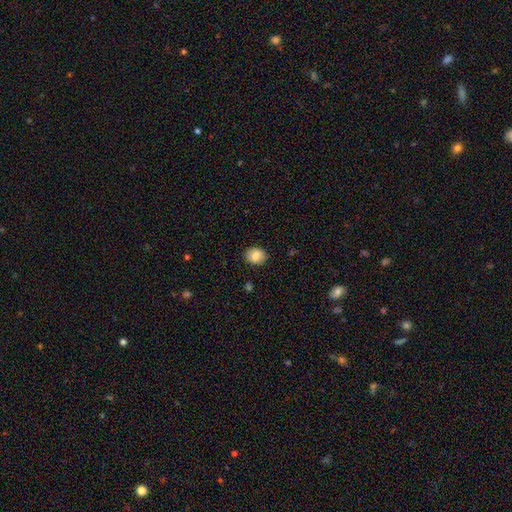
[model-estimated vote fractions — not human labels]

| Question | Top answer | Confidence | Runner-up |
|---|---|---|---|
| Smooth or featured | smooth | 83% | featured or disk (8%) |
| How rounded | round | 50% | in between (49%) |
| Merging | none | 87% | minor disturbance (9%) |